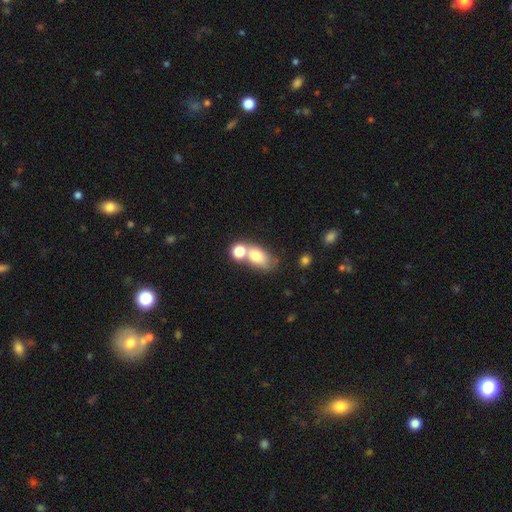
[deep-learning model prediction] Q: Smooth or featured?
A: smooth (73%); runner-up: featured or disk (16%)
Q: How rounded?
A: in between (78%); runner-up: round (19%)
Q: Merging?
A: merger (49%); runner-up: none (33%)